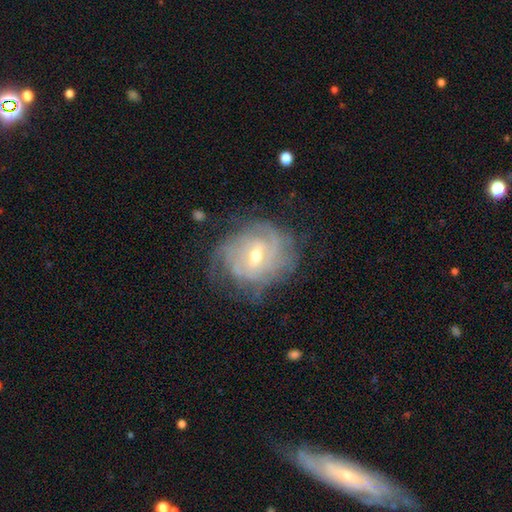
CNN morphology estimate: Overall: featured or disk (81%). Edge-on disk: no (96%). Bar: weak (56%; no 26%). Spiral arms: yes (89%). Spiral arm count: can't tell (48%; 2 17%). Spiral winding: tight (63%; medium 27%). Bulge size: moderate (56%; small 39%). Merging: none (64%).